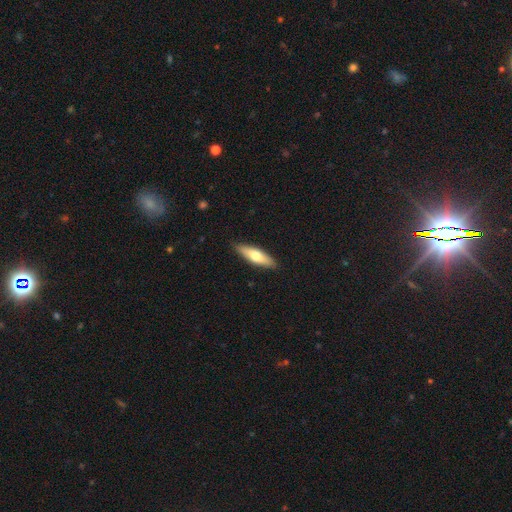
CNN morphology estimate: smooth-or-featured: smooth: 62% | featured or disk: 33% | star or artifact: 6%
  how-rounded: cigar-shaped: 54% | in between: 44% | round: 2%
  merging: none: 89% | minor disturbance: 9% | major disturbance: 2% | merger: 1%